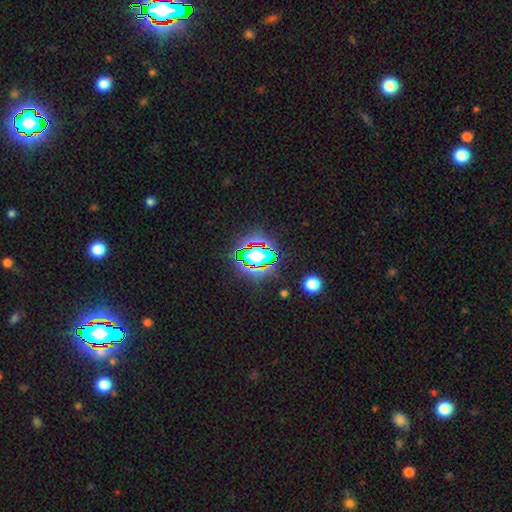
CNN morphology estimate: Q: Smooth or featured?
A: star or artifact (65%); runner-up: smooth (23%)